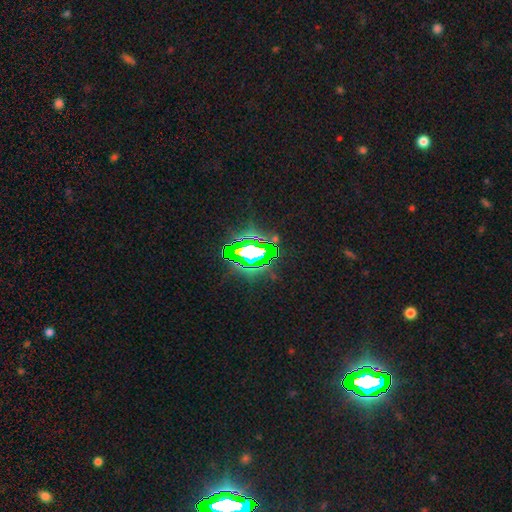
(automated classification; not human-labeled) This appears to be a star or artifact, not a galaxy (69%).